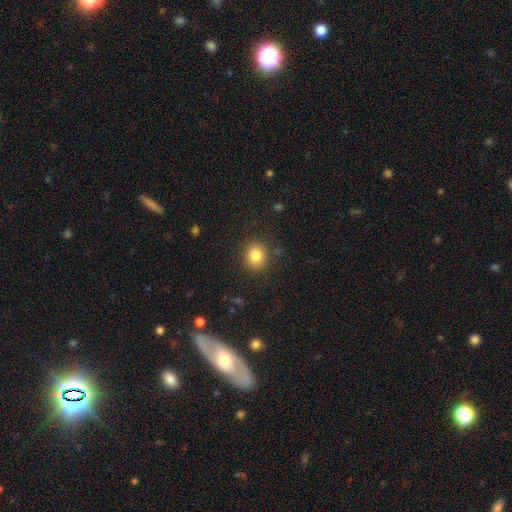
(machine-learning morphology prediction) A smooth galaxy with no disk features (84%) that is round (71%). Merging: none (86%).